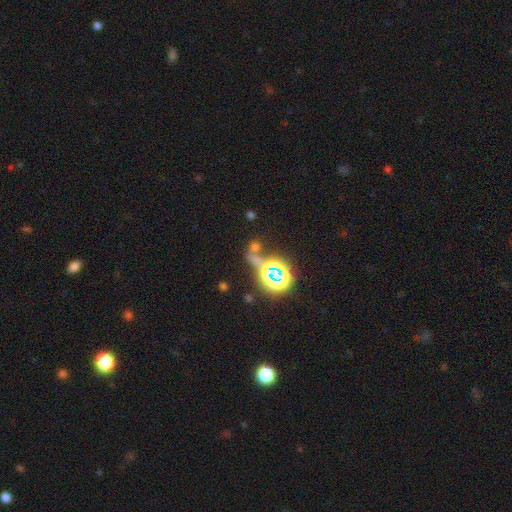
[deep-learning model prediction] smooth_or_featured: star or artifact (p=0.58) [alt: smooth p=0.31]